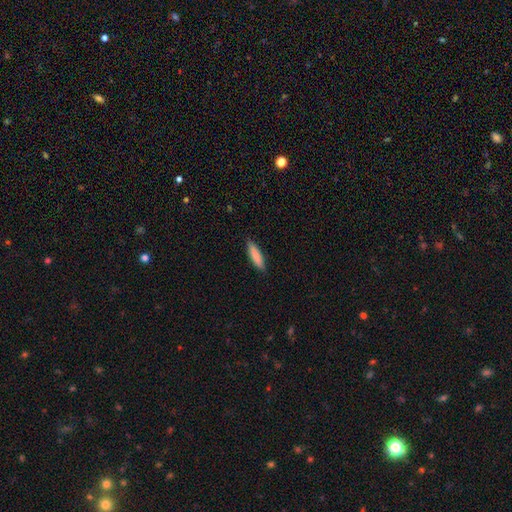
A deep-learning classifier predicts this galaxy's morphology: A smooth galaxy with no disk features (86%) that is cigar-shaped (71%). Merging: none (88%).